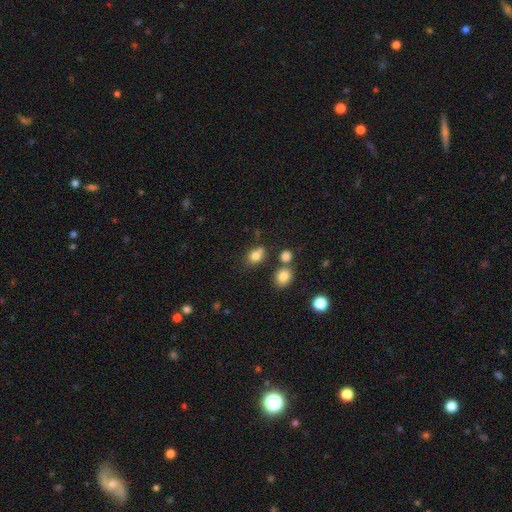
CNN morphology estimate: type=smooth (80%); roundness=in between (54%); merging=none (60%).